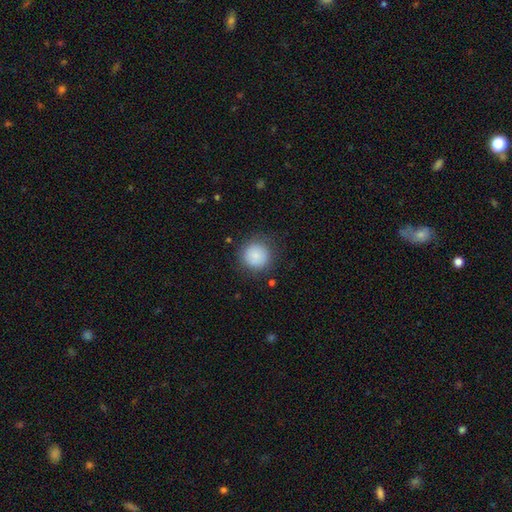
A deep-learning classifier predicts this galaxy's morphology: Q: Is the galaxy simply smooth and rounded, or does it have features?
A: smooth — 86%.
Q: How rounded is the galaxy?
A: round — 94%.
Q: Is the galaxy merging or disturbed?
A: none — 84%.